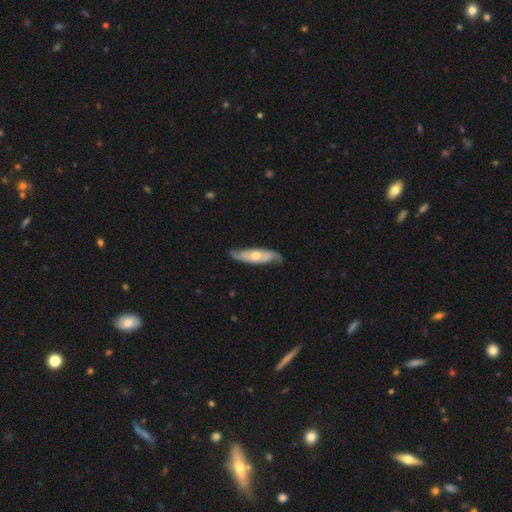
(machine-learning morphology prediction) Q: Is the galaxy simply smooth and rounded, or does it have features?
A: featured or disk — 68%.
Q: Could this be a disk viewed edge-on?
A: no — 66%.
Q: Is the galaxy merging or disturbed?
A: none — 82%.